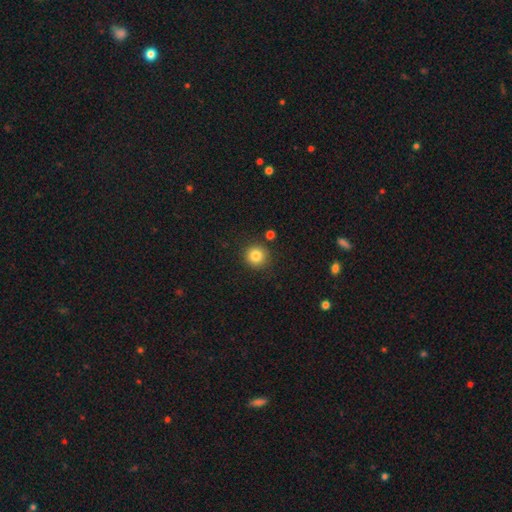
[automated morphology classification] Smooth or featured? smooth (83%)
How rounded? round (94%)
Merging? none (87%)